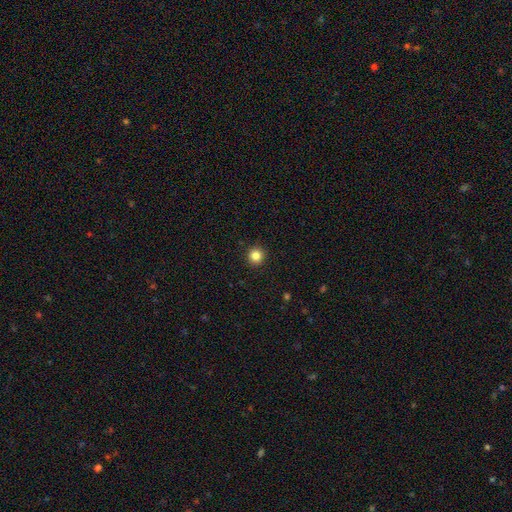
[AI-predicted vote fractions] The model was most divided on "smooth or featured": smooth: 84%, star or artifact: 11%, featured or disk: 5%. More confident: how rounded — round (95%); merging — none (93%).